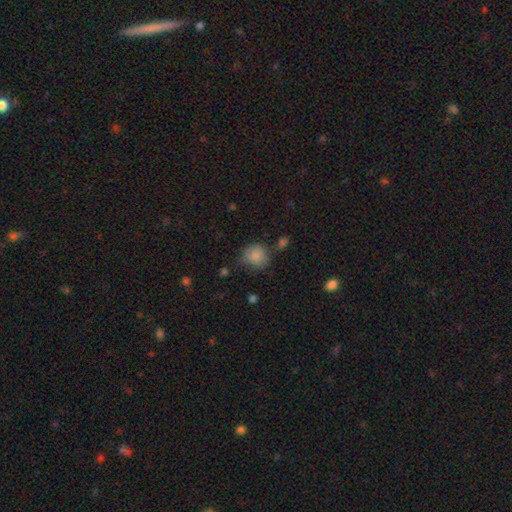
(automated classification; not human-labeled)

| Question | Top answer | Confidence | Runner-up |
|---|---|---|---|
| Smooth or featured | smooth | 84% | star or artifact (9%) |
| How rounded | round | 83% | in between (16%) |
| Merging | none | 59% | minor disturbance (26%) |